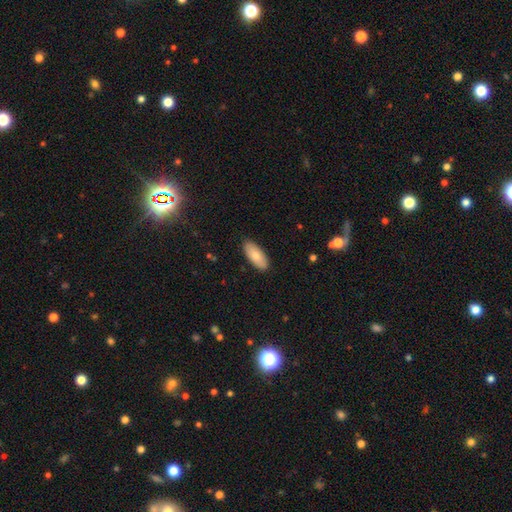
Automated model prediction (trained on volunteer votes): This is clearly a smooth galaxy (81%). How rounded: clearly in between (88%). Merging: clearly none (87%).